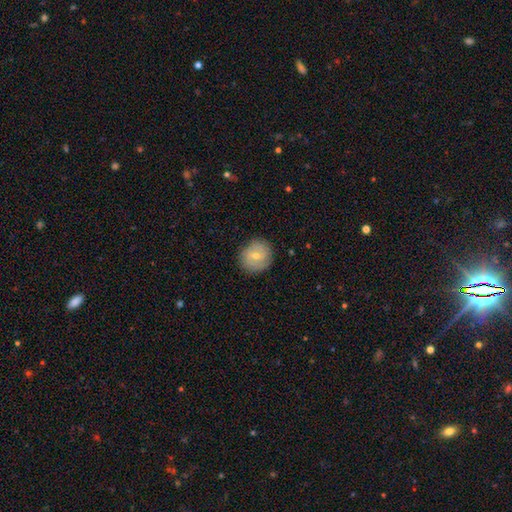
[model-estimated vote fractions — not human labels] smooth-or-featured: smooth: 53% | featured or disk: 39% | star or artifact: 8%
  how-rounded: round: 85% | in between: 14% | cigar-shaped: 1%
  merging: none: 85% | minor disturbance: 11% | major disturbance: 3% | merger: 1%